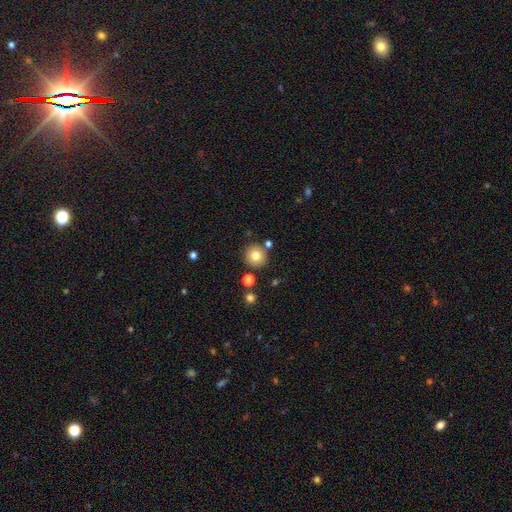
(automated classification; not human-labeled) Smooth or featured?
  - smooth: 78% *
  - star or artifact: 11%
  - featured or disk: 11%
How rounded?
  - round: 93% *
  - in between: 6%
  - cigar-shaped: 1%
Merging?
  - none: 83% *
  - minor disturbance: 8%
  - merger: 7%
  - major disturbance: 3%